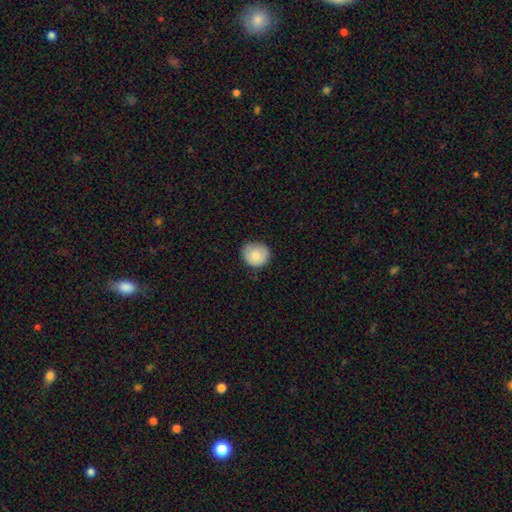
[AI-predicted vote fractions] Smooth or featured?
  - smooth: 83% *
  - featured or disk: 10%
  - star or artifact: 7%
How rounded?
  - round: 83% *
  - in between: 16%
  - cigar-shaped: 1%
Merging?
  - none: 79% *
  - minor disturbance: 17%
  - major disturbance: 3%
  - merger: 1%